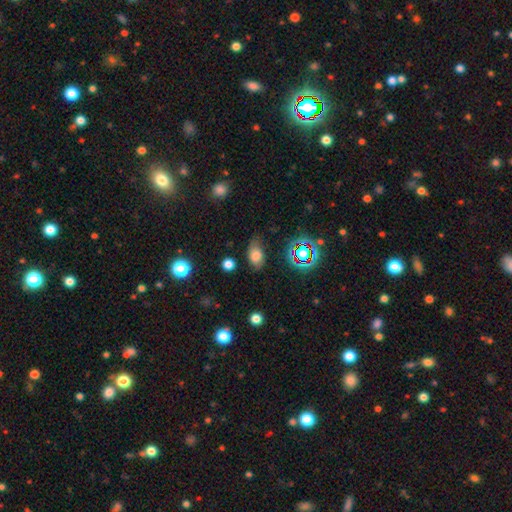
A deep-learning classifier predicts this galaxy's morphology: Smooth or featured? Predicted: smooth (p=0.71). How rounded? Predicted: in between (p=0.86). Merging? Predicted: none (p=0.67).